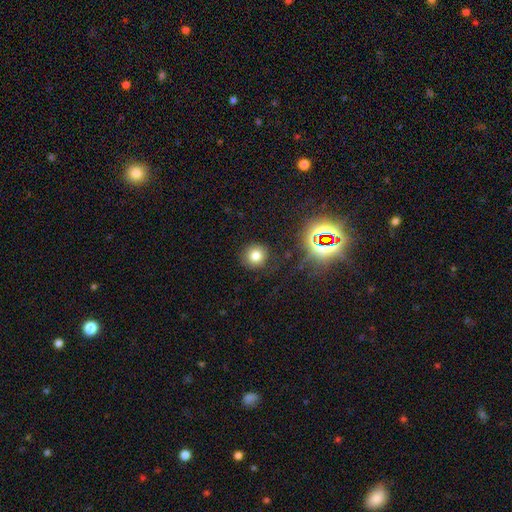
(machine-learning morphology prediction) Smooth or featured? Predicted: smooth (p=0.75). How rounded? Predicted: round (p=0.91). Merging? Predicted: none (p=0.86).